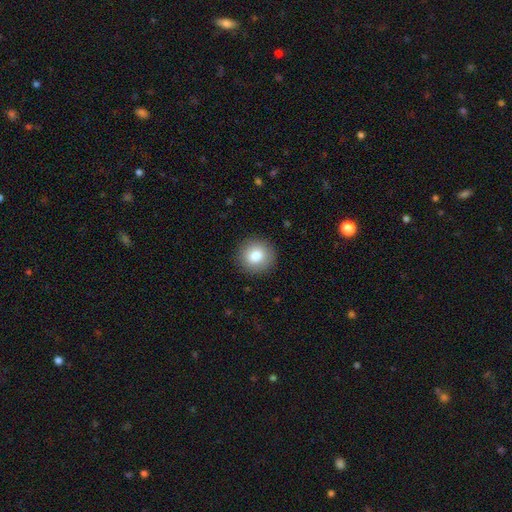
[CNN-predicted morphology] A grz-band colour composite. It shows a smooth galaxy with no disk features (81%) that is round (93%). Merging: none (91%).